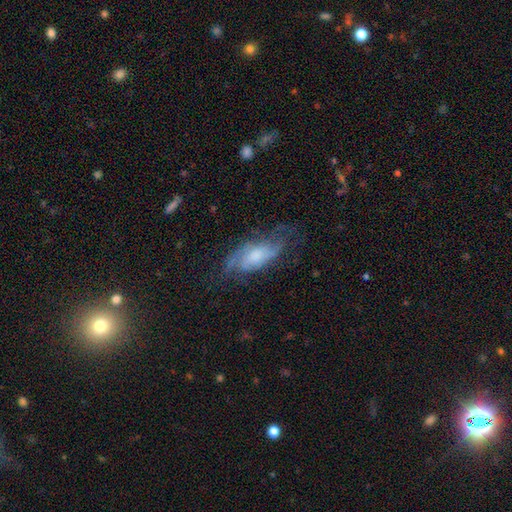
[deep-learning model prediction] A featured or disk galaxy (67%) with no bar (64%), 2 (46%) medium (44%) spiral arms (87%) and a moderate central bulge (41%). Merging: none (57%).